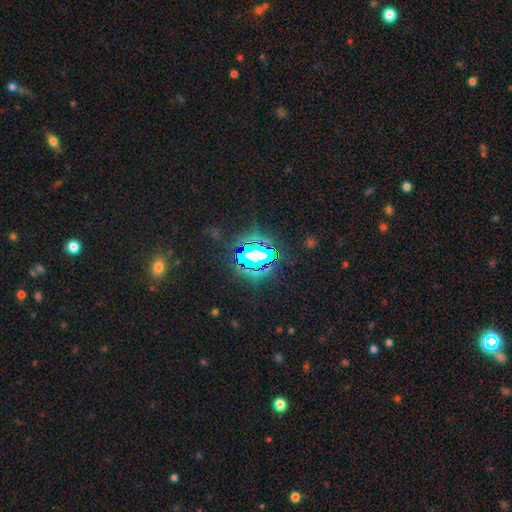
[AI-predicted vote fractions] The model was most divided on "smooth or featured": star or artifact: 73%, smooth: 16%, featured or disk: 12%.